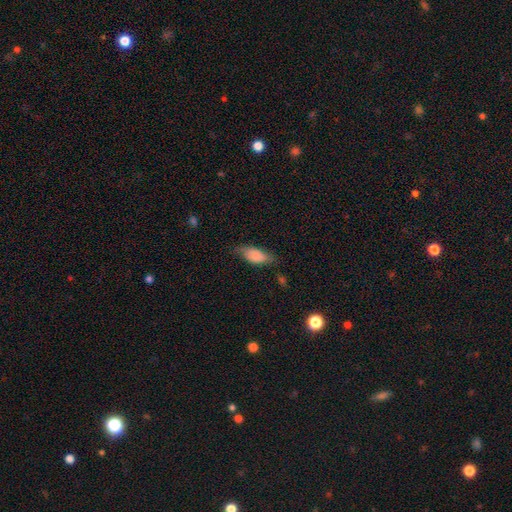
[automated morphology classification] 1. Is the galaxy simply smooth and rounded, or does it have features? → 81% smooth, 12% featured or disk, 7% star or artifact.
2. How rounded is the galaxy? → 86% in between, 11% cigar-shaped, 3% round.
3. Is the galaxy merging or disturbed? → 59% none, 30% minor disturbance, 9% major disturbance, 2% merger.